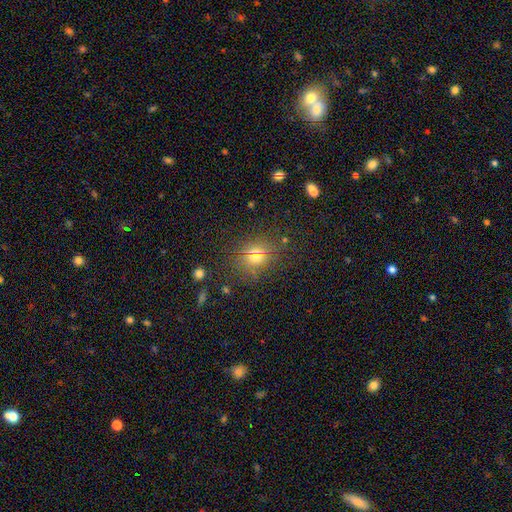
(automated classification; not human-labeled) smooth-or-featured: smooth: 61% | star or artifact: 28% | featured or disk: 11%
  how-rounded: round: 68% | in between: 29% | cigar-shaped: 2%
  merging: none: 82% | minor disturbance: 10% | major disturbance: 4% | merger: 3%